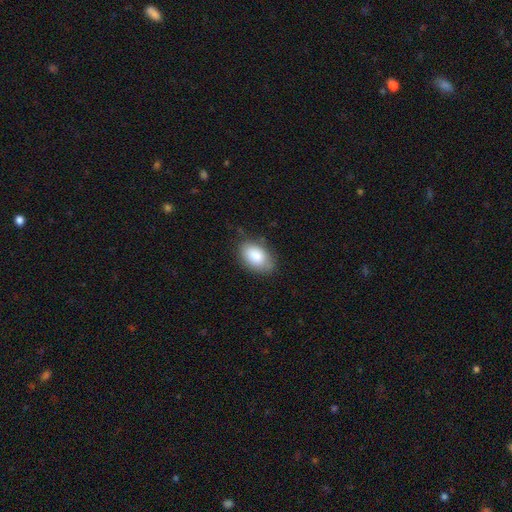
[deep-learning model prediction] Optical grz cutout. It shows a smooth galaxy with no disk features (85%) that is in between round and cigar-shaped (91%). Merging: none (76%).